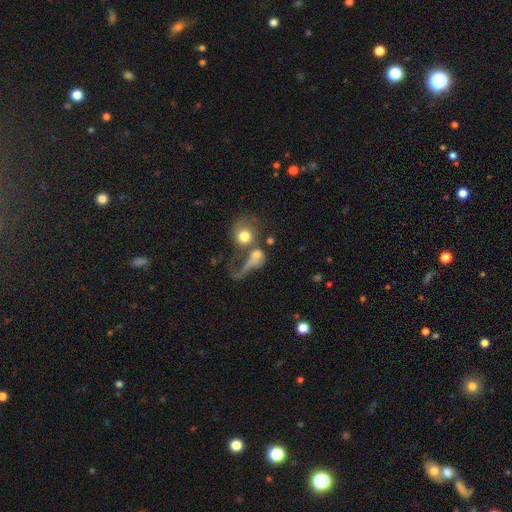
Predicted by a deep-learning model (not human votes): Smooth or featured? Predicted: smooth (p=0.53). How rounded? Predicted: round (p=0.60). Merging? Predicted: merger (p=0.43).